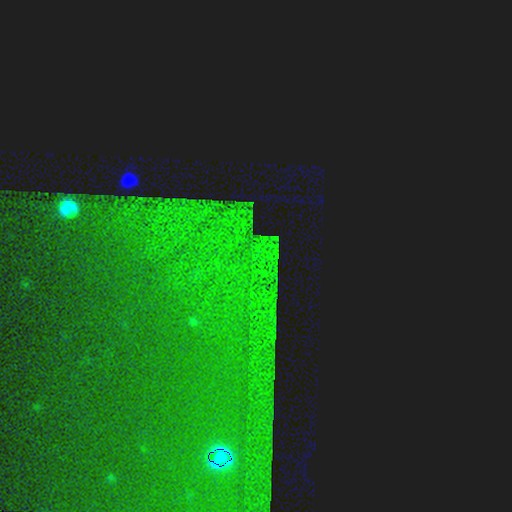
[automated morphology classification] Smooth or featured?
  - star or artifact: 86% *
  - featured or disk: 7%
  - smooth: 7%